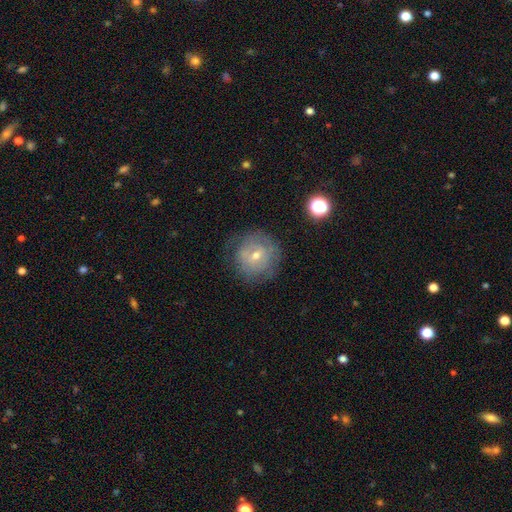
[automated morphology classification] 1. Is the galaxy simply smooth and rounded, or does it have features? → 53% featured or disk, 35% smooth, 12% star or artifact.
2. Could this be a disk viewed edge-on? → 96% no, 4% yes.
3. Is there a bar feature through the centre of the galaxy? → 59% no, 33% weak, 8% strong.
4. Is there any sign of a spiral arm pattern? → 60% yes, 40% no.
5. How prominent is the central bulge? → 51% small, 46% moderate, 2% large, 1% none, 1% dominant.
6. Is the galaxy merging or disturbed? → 73% none, 17% minor disturbance, 8% major disturbance, 1% merger.